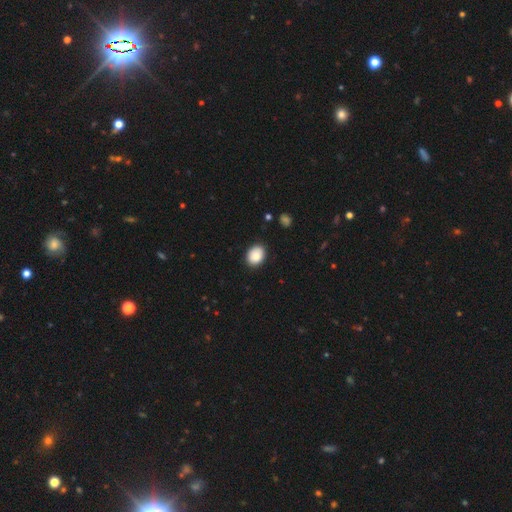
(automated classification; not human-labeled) The model was most divided on "how rounded": in between: 59%, round: 41%, cigar-shaped: 1%. More confident: smooth or featured — smooth (86%); merging — none (85%).